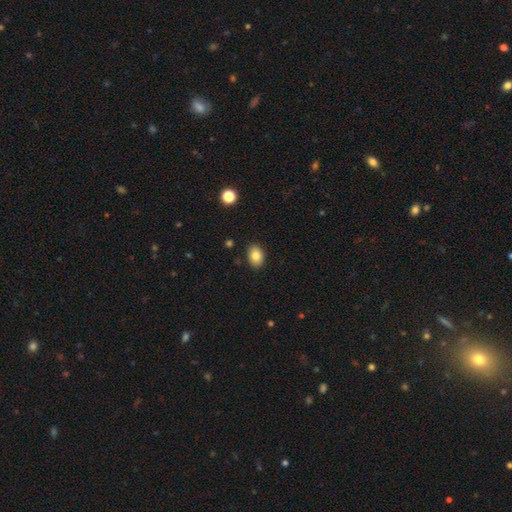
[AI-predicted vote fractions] Smooth or featured?
  - smooth: 83% *
  - featured or disk: 9%
  - star or artifact: 9%
How rounded?
  - in between: 81% *
  - round: 18%
  - cigar-shaped: 1%
Merging?
  - none: 88% *
  - minor disturbance: 9%
  - major disturbance: 2%
  - merger: 1%